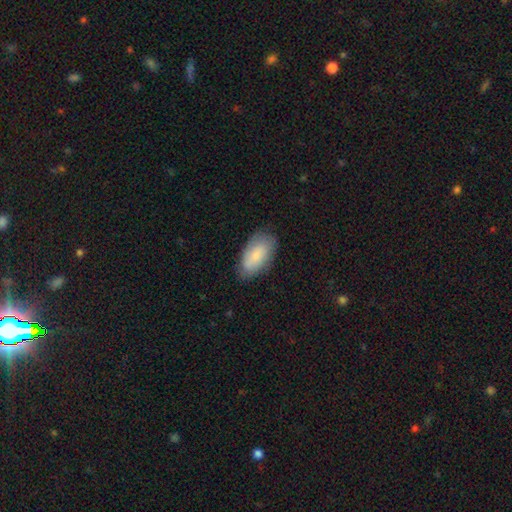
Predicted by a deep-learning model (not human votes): The model was most divided on "merging": none: 77%, minor disturbance: 18%, major disturbance: 4%, merger: 1%. More confident: how rounded — in between (93%); smooth or featured — smooth (78%).